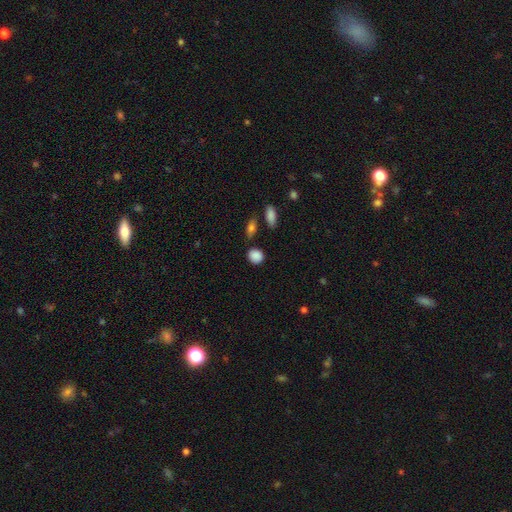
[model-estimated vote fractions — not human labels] Morphology: type=smooth (88%); roundness=round (75%); merging=none (82%).